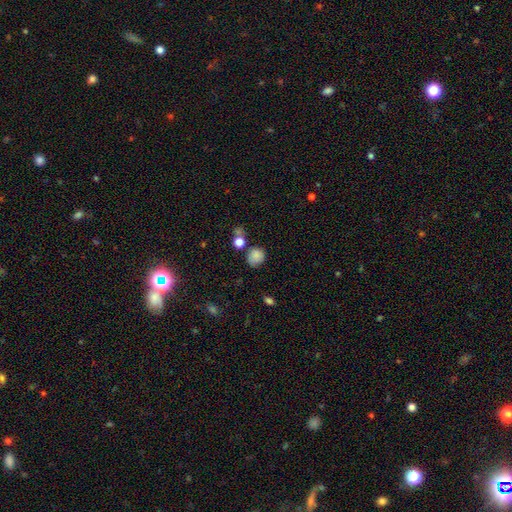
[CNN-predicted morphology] type=smooth (82%); roundness=round (78%); merging=none (65%).